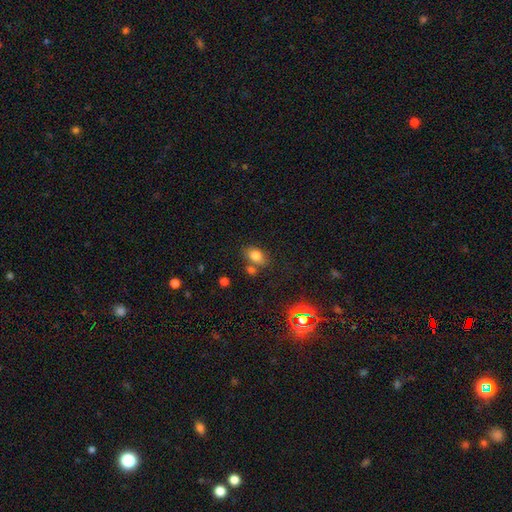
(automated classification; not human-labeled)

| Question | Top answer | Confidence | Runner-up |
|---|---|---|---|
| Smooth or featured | smooth | 78% | star or artifact (12%) |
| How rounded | in between | 80% | round (18%) |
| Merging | none | 62% | merger (20%) |